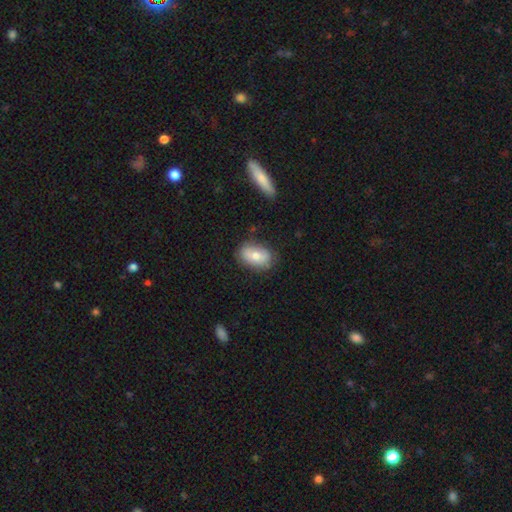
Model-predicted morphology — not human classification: A smooth galaxy with no disk features (67%) that is in between round and cigar-shaped (85%). Merging: none (74%).